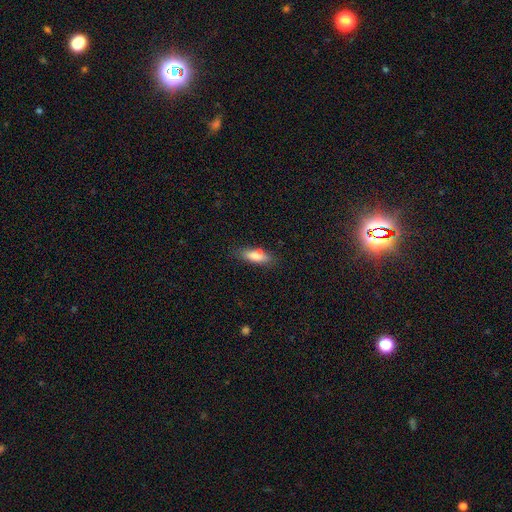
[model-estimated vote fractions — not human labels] This appears to be a smooth galaxy with no disk features (82%) that is in between round and cigar-shaped (60%). Merging: none (75%).